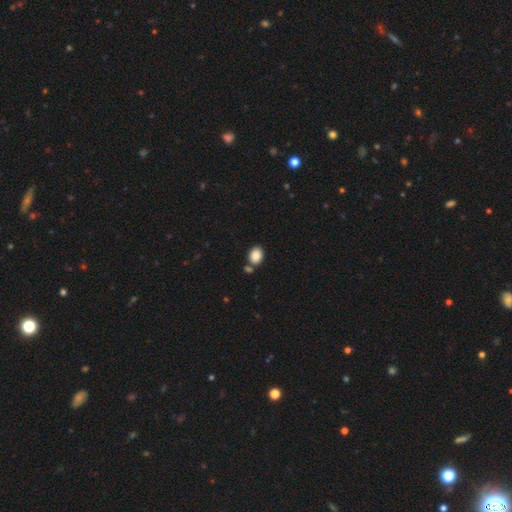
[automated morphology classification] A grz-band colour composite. It shows a smooth galaxy with no disk features (88%) that is in between round and cigar-shaped (68%). Merging: none (67%).